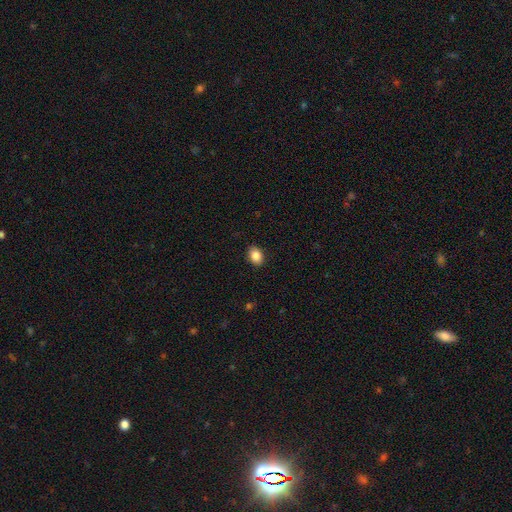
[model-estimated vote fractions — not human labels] A smooth galaxy with no disk features (87%) that is in between round and cigar-shaped (64%).

Vote fractions:
- Smooth or featured? smooth: 87% / star or artifact: 9% / featured or disk: 5%
- How rounded? in between: 64% / round: 35% / cigar-shaped: 1%
- Merging? none: 90% / minor disturbance: 7% / major disturbance: 2% / merger: 1%